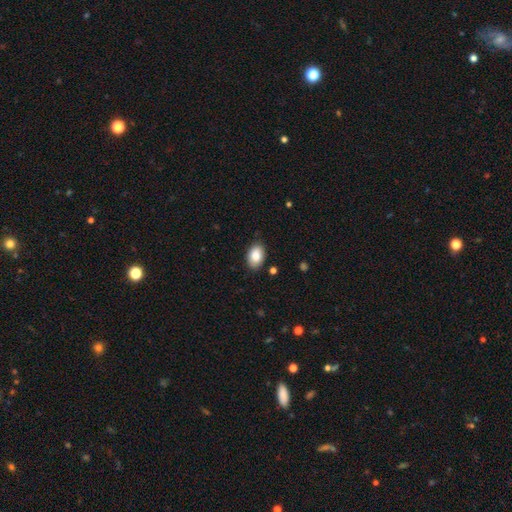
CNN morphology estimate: Smooth or featured?
  - smooth: 87% *
  - star or artifact: 7%
  - featured or disk: 6%
How rounded?
  - in between: 90% *
  - round: 9%
  - cigar-shaped: 1%
Merging?
  - none: 85% *
  - minor disturbance: 11%
  - major disturbance: 2%
  - merger: 1%